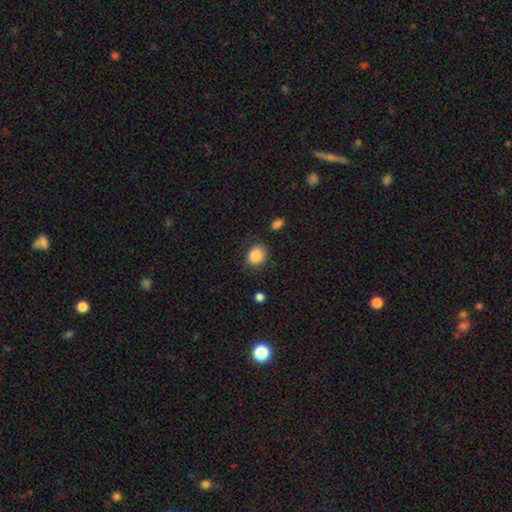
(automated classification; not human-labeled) Smooth or featured: smooth — 87% (star or artifact — 9%)
How rounded: round — 66% (in between — 33%)
Merging: none — 79% (minor disturbance — 14%)